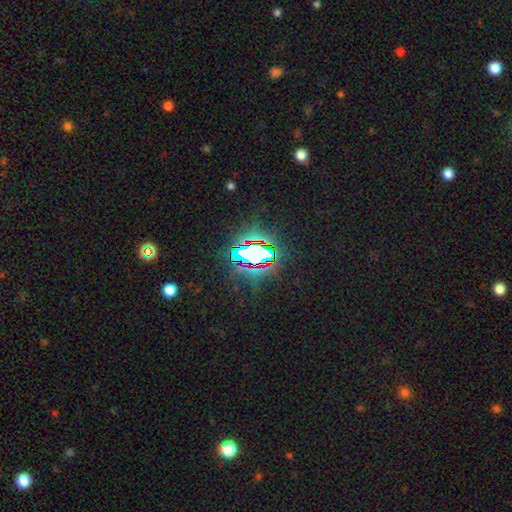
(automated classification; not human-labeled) Morphology: type=star or artifact (77%).